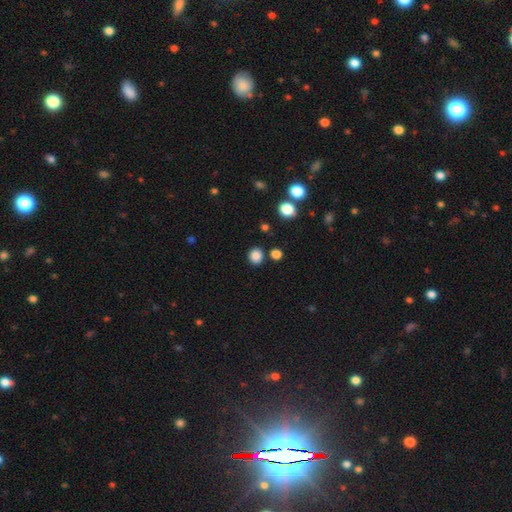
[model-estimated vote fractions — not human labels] Smooth or featured: smooth — 85% (star or artifact — 11%)
How rounded: round — 80% (in between — 19%)
Merging: none — 86% (minor disturbance — 7%)